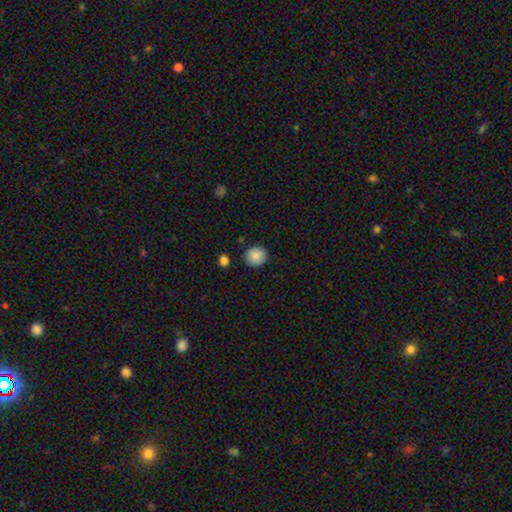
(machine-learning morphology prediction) Smooth or featured? Predicted: smooth (p=0.88). How rounded? Predicted: round (p=0.90). Merging? Predicted: none (p=0.88).